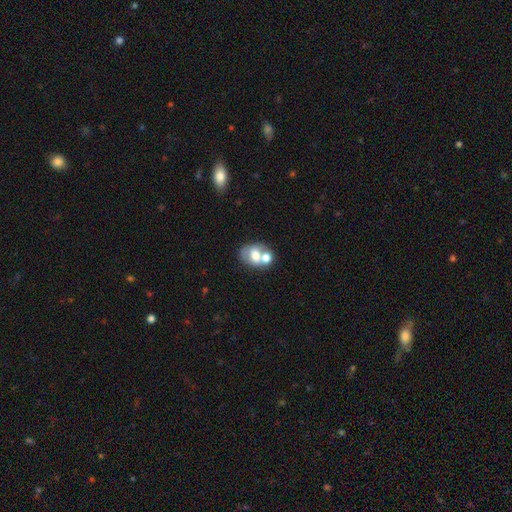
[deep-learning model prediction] This is likely a smooth galaxy (61%). How rounded: possibly in between (59%). Merging: possibly merger (52%).